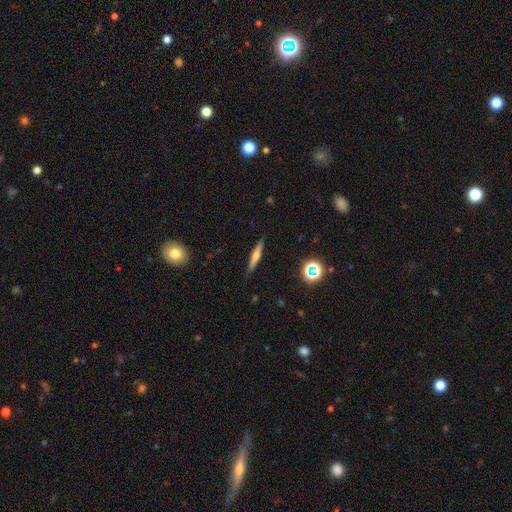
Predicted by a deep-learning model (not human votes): This appears to be a smooth galaxy with no disk features (46%). Merging: none (89%).